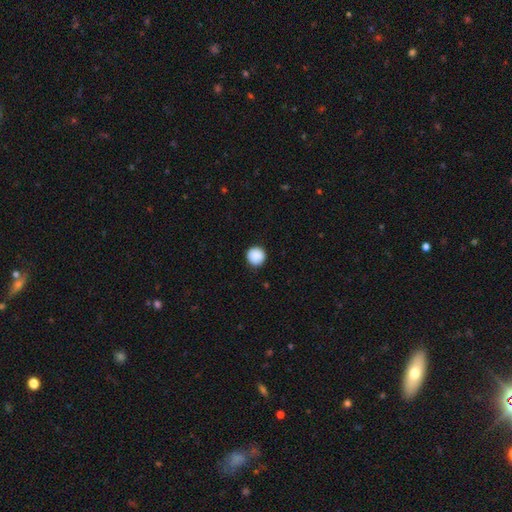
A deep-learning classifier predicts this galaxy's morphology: This appears to be a smooth galaxy with no disk features (90%) that is round (96%). Merging: none (92%).